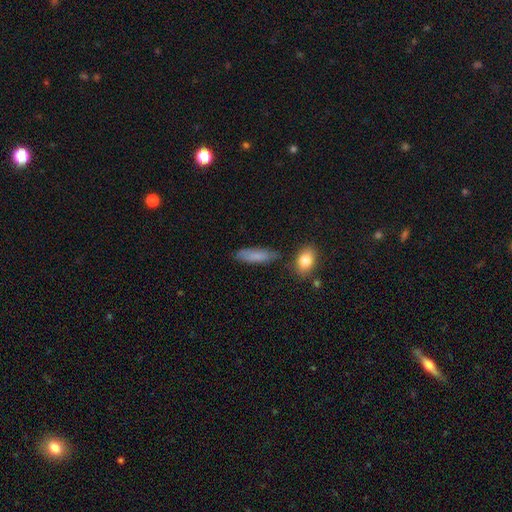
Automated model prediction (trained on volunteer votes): The model was most divided on "how rounded": cigar-shaped: 51%, in between: 46%, round: 3%. More confident: smooth or featured — smooth (81%); merging — none (75%).